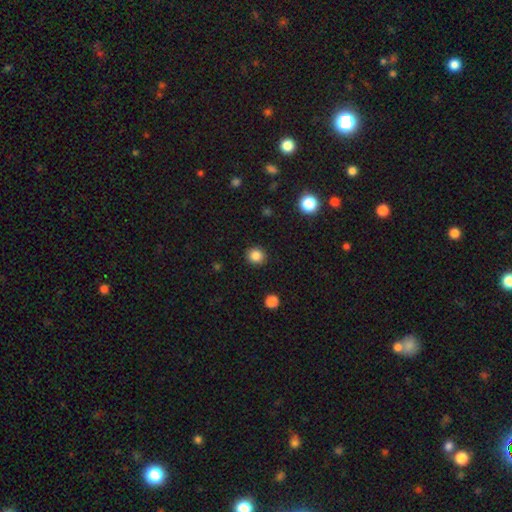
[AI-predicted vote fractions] The model was most divided on "smooth or featured": smooth: 85%, star or artifact: 11%, featured or disk: 4%. More confident: merging — none (91%); how rounded — round (88%).